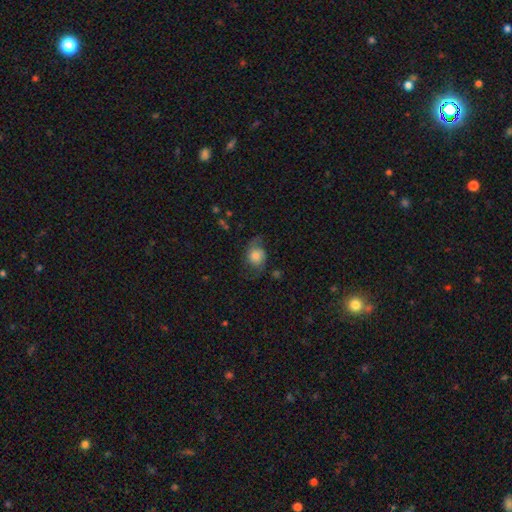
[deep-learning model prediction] A featured or disk galaxy (45%, tied with smooth). Merging: none (60%).